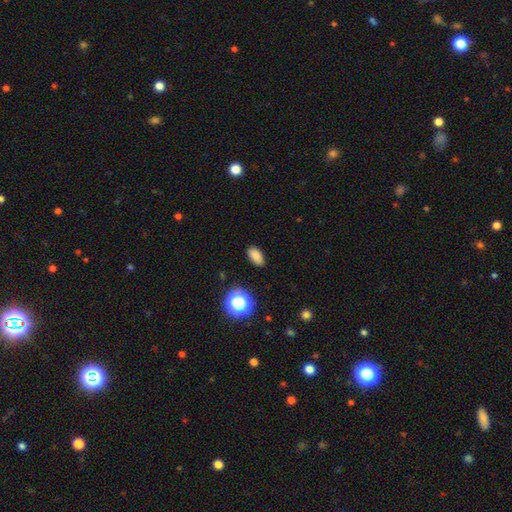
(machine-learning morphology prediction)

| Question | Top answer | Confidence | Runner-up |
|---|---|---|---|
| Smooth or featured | smooth | 82% | star or artifact (13%) |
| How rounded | in between | 88% | round (8%) |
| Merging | none | 87% | minor disturbance (9%) |